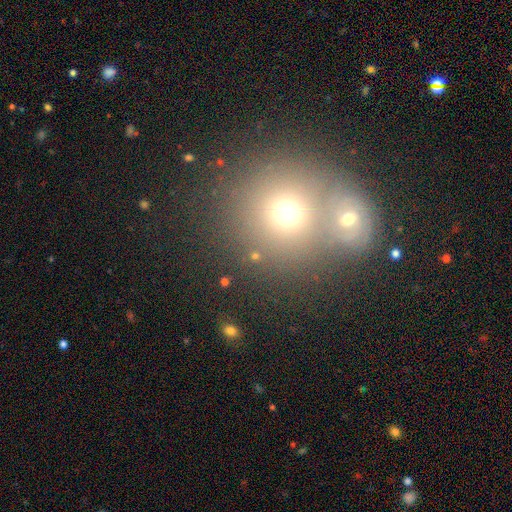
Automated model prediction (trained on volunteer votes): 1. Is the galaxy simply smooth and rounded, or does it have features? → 64% smooth, 21% star or artifact, 15% featured or disk.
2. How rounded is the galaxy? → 87% round, 12% in between, 1% cigar-shaped.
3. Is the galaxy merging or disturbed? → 45% none, 44% merger, 7% minor disturbance, 4% major disturbance.